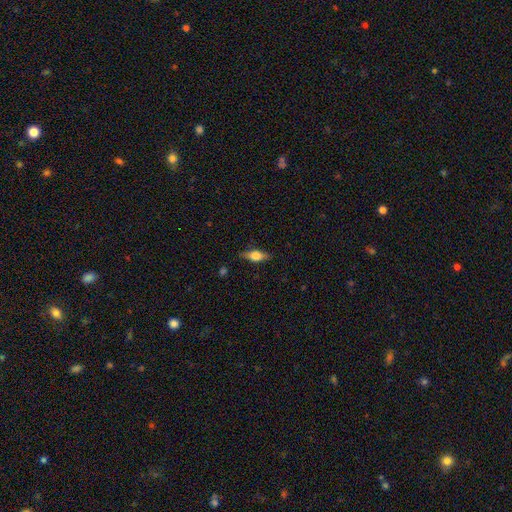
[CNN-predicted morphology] Smooth or featured? Predicted: smooth (p=0.54). How rounded? Predicted: in between (p=0.68). Merging? Predicted: none (p=0.81).